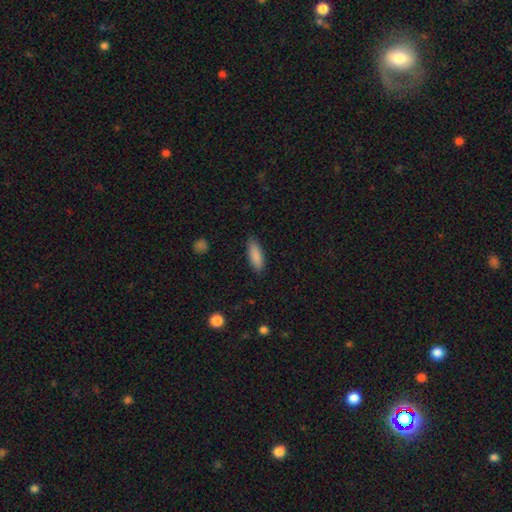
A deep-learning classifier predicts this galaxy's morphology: A smooth galaxy with no disk features (88%) that is in between round and cigar-shaped (59%).

Vote fractions:
- Smooth or featured? smooth: 88% / star or artifact: 6% / featured or disk: 6%
- How rounded? in between: 59% / cigar-shaped: 40% / round: 2%
- Merging? none: 87% / minor disturbance: 10% / major disturbance: 2% / merger: 1%